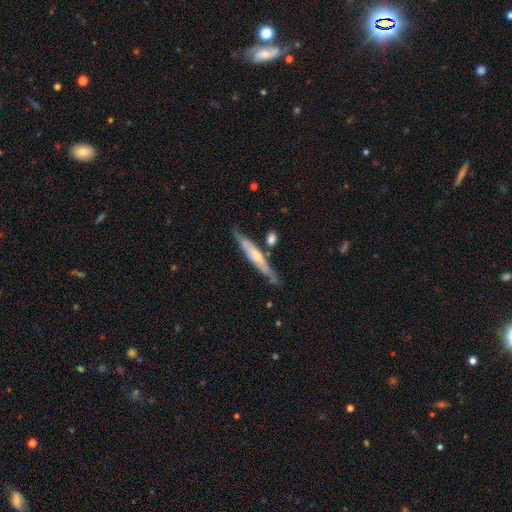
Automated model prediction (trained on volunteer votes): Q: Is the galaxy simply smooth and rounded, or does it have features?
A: featured or disk — 58%.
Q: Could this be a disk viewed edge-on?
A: yes — 86%.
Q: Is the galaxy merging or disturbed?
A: none — 73%.